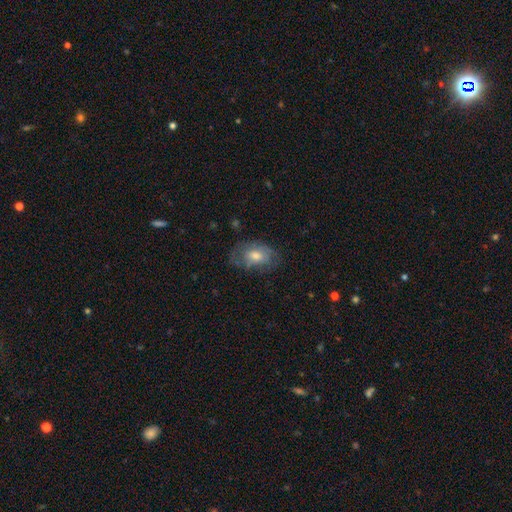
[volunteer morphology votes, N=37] This is possibly a smooth galaxy (51%). How rounded: likely in between (79%). Merging: likely none (69%).